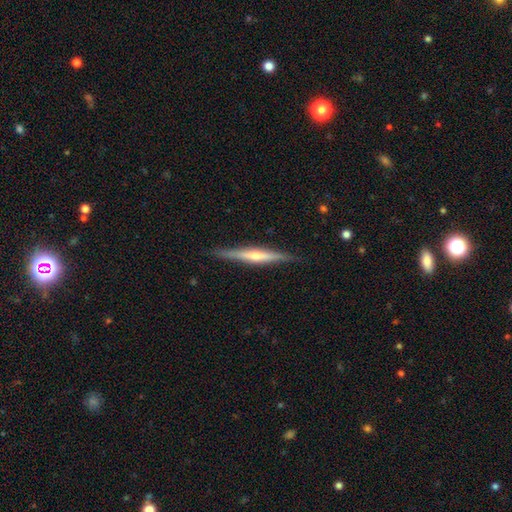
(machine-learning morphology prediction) Smooth or featured: featured or disk — 66% (smooth — 28%)
Edge-on disk: yes — 97% (no — 3%)
Edge-on bulge: rounded — 65% (none — 24%)
Merging: none — 88% (minor disturbance — 9%)